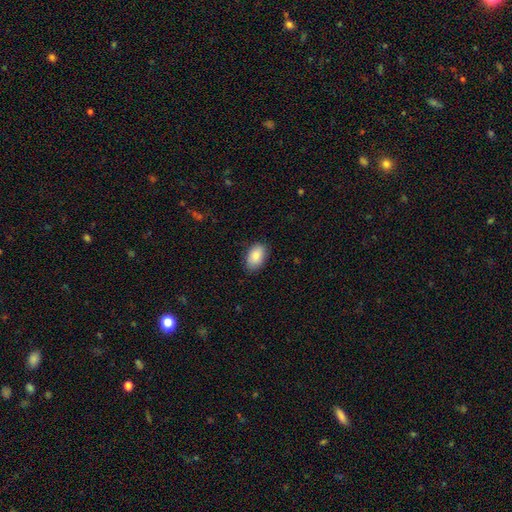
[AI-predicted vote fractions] A smooth galaxy with no disk features (86%) that is in between round and cigar-shaped (92%). Merging: none (85%).